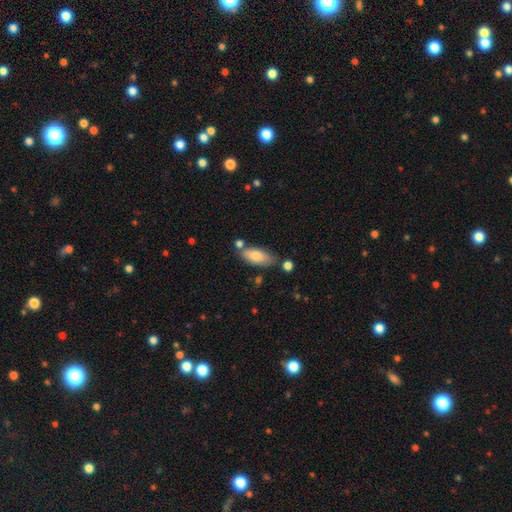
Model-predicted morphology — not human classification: Overall: smooth (79%). How rounded: in between (83%). Merging: none (69%).